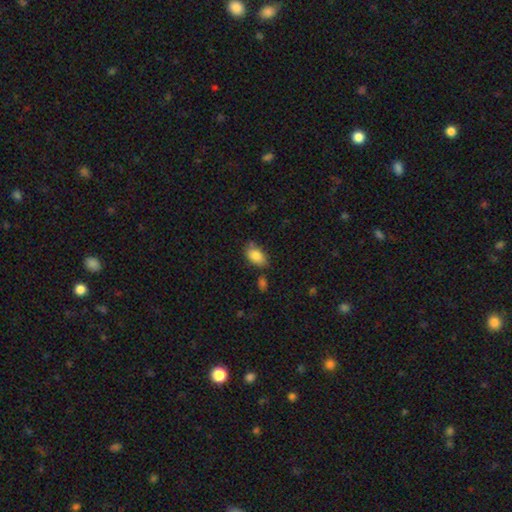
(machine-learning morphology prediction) A smooth galaxy with no disk features (85%) that is in between round and cigar-shaped (91%). Merging: none (70%).